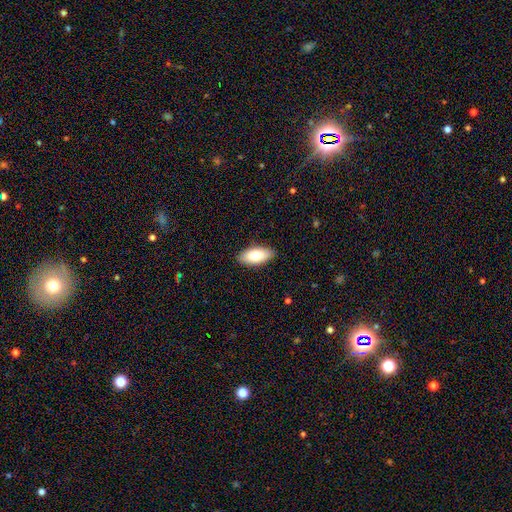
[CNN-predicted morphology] smooth 80%, featured or disk 14%, star or artifact 6%. Down the decision tree: how rounded — in between (89%); merging — none (88%).